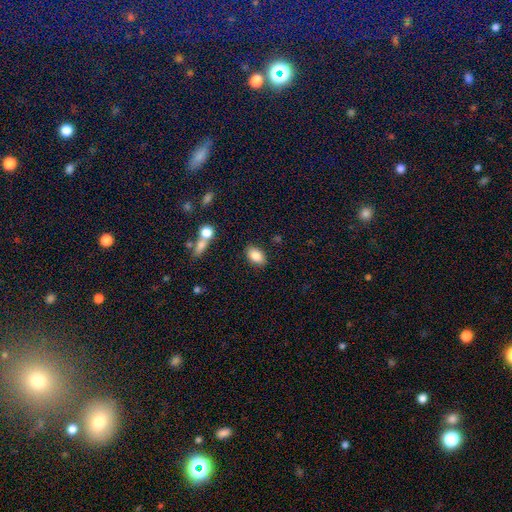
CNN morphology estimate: smooth 85%, star or artifact 8%, featured or disk 7%. Down the decision tree: how rounded — in between (89%); merging — none (84%).